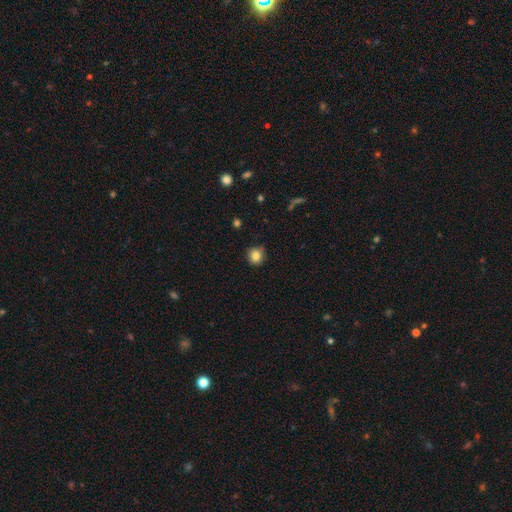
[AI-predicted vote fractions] Smooth or featured? smooth (84%)
How rounded? round (89%)
Merging? none (82%)